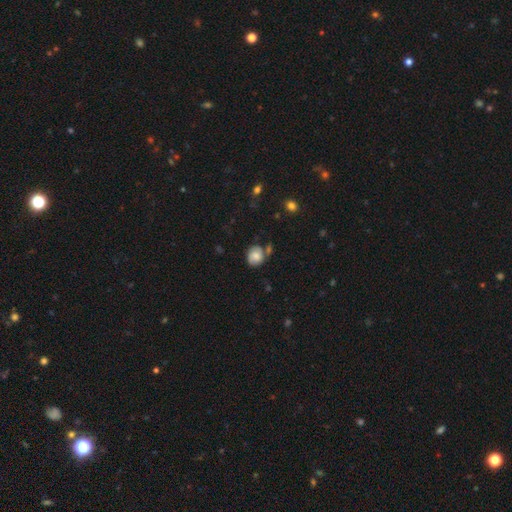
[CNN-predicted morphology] Smooth or featured? smooth (74%)
How rounded? round (74%)
Merging? none (61%)